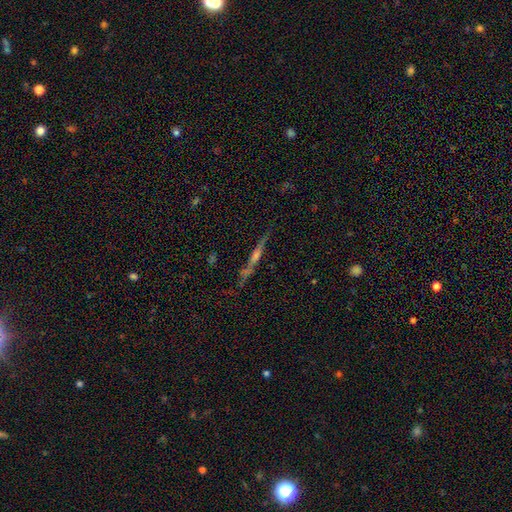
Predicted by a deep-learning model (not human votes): The model was most divided on "edge-on bulge": rounded: 60%, none: 24%, boxy: 16%. More confident: edge-on disk — yes (95%); merging — none (79%); smooth or featured — featured or disk (69%).